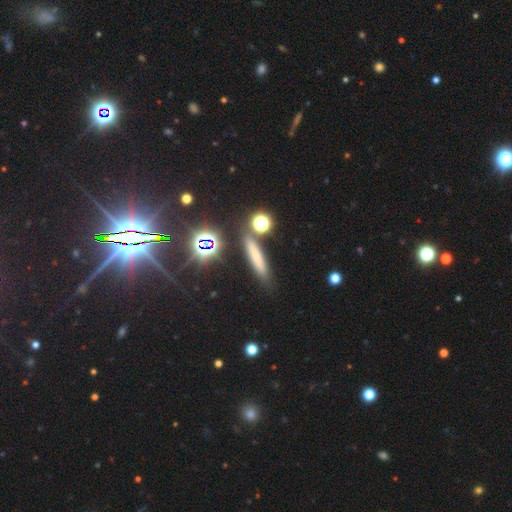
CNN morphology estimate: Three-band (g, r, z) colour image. It shows a smooth galaxy with no disk features (62%) that is cigar-shaped (85%). Merging: none (84%).